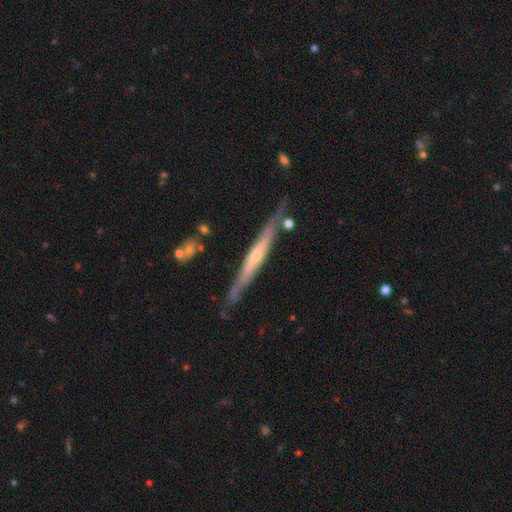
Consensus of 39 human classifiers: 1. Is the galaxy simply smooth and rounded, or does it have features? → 79% featured or disk, 15% smooth, 5% star or artifact.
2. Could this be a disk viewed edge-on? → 97% yes, 3% no.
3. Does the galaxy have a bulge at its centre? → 50% rounded, 43% none, 7% boxy.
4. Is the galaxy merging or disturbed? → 92% none, 8% minor disturbance, 0% major disturbance, 0% merger.